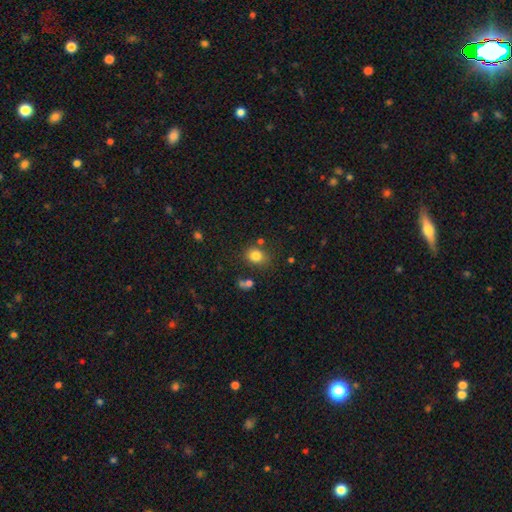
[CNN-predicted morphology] A smooth galaxy with no disk features (81%) that is round (58%). Merging: none (72%).